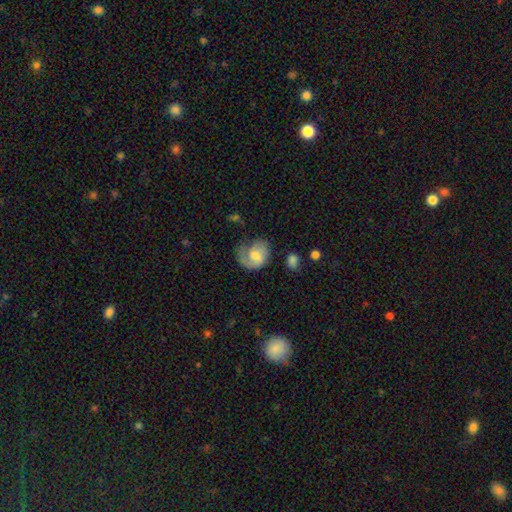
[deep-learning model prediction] Smooth or featured? featured or disk (58%)
Edge-on disk? no (97%)
Bar? no (57%)
Spiral arms? yes (87%)
Bulge size? moderate (55%)
Merging? none (46%)